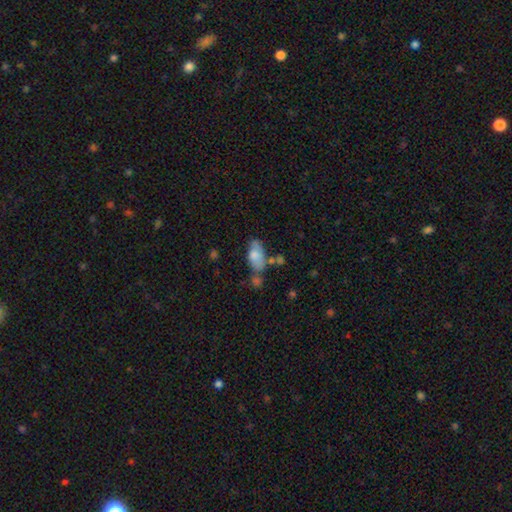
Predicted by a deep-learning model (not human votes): The model was most divided on "merging": none: 42%, minor disturbance: 24%, merger: 23%, major disturbance: 11%. More confident: how rounded — in between (89%); smooth or featured — smooth (75%).